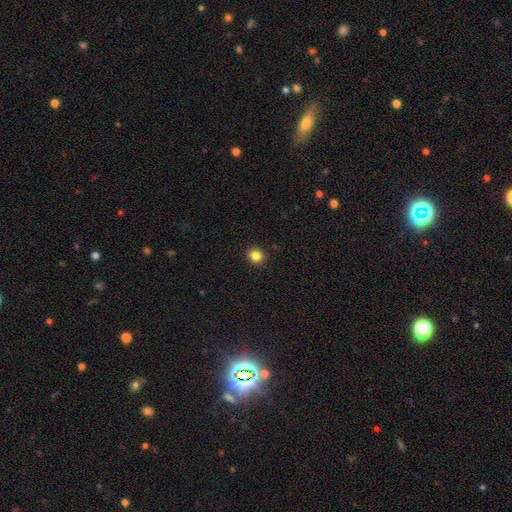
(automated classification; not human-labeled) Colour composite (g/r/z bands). It shows a smooth galaxy with no disk features (84%) that is round (87%). Merging: none (93%).